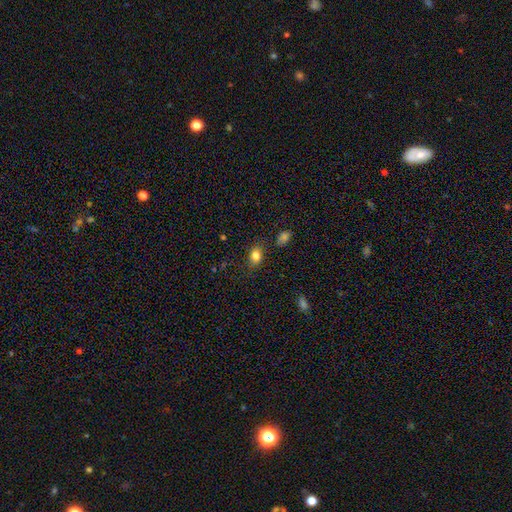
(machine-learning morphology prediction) Smooth or featured?
  - smooth: 81% *
  - star or artifact: 11%
  - featured or disk: 8%
How rounded?
  - in between: 69% *
  - round: 29%
  - cigar-shaped: 2%
Merging?
  - none: 79% *
  - minor disturbance: 15%
  - major disturbance: 4%
  - merger: 2%